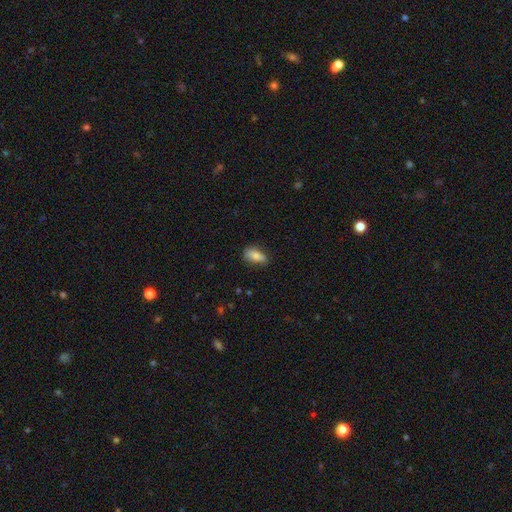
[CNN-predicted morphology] Smooth or featured? smooth (80%)
How rounded? in between (87%)
Merging? none (75%)